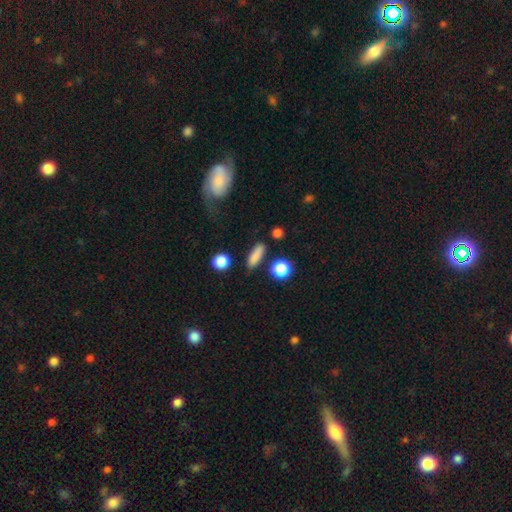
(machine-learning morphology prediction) smooth_or_featured: smooth (p=0.83) [alt: star or artifact p=0.09]
how_rounded: cigar-shaped (p=0.47) [alt: in between p=0.41]
merging: none (p=0.81) [alt: minor disturbance p=0.11]